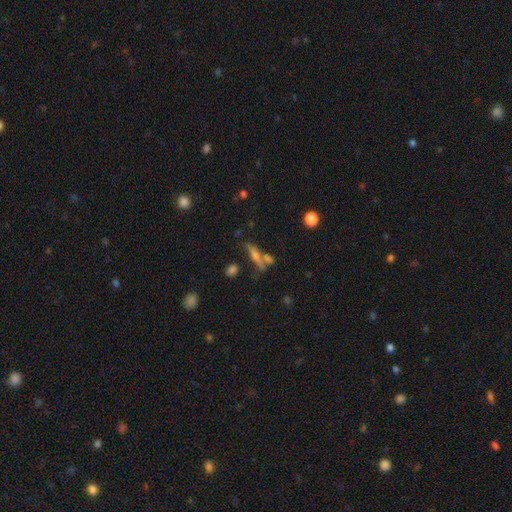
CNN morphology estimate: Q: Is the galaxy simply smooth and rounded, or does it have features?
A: smooth — 52%.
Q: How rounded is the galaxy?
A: cigar-shaped — 70%.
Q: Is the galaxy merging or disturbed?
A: none — 51%.